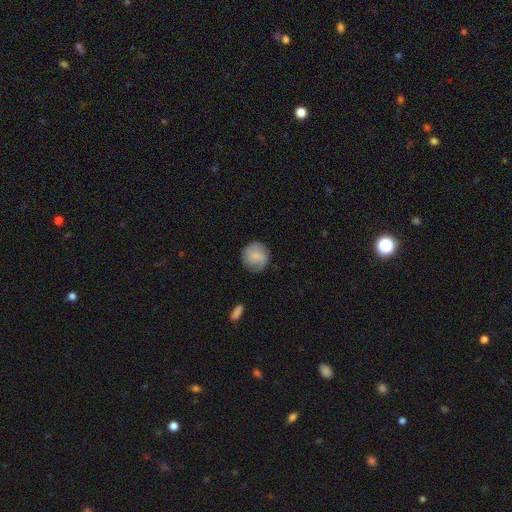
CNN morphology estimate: type=smooth (69%); roundness=round (90%); merging=none (75%).